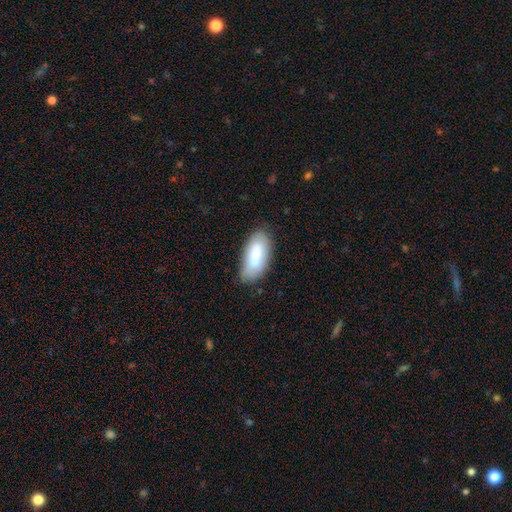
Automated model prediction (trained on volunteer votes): smooth 73%, featured or disk 20%, star or artifact 7%. Down the decision tree: how rounded — in between (88%); merging — none (68%).